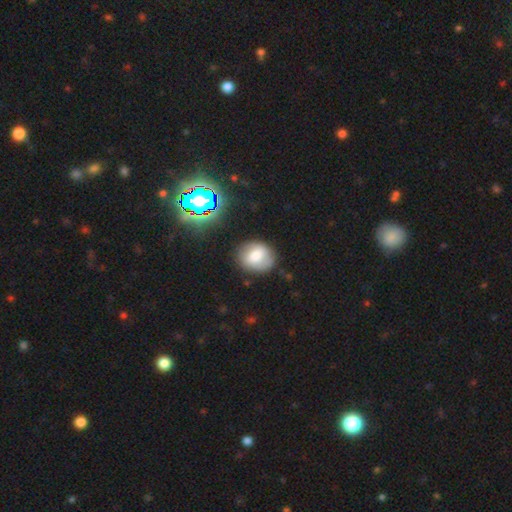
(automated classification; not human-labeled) This appears to be a smooth galaxy with no disk features (68%) that is round (58%). Merging: none (79%).